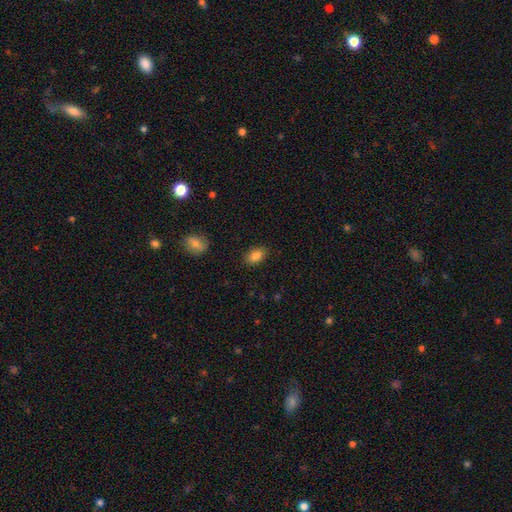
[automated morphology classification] Smooth or featured: smooth — 85% (star or artifact — 9%)
How rounded: in between — 87% (round — 11%)
Merging: none — 87% (minor disturbance — 10%)